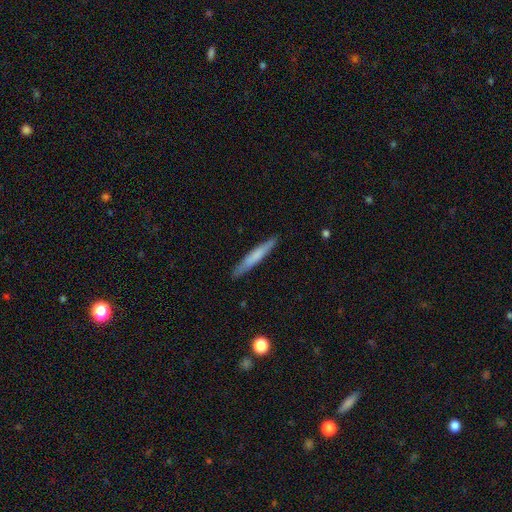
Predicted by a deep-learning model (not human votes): smooth_or_featured: smooth (p=0.63) [alt: featured or disk p=0.31]
how_rounded: cigar-shaped (p=0.95) [alt: in between p=0.04]
merging: none (p=0.88) [alt: minor disturbance p=0.09]